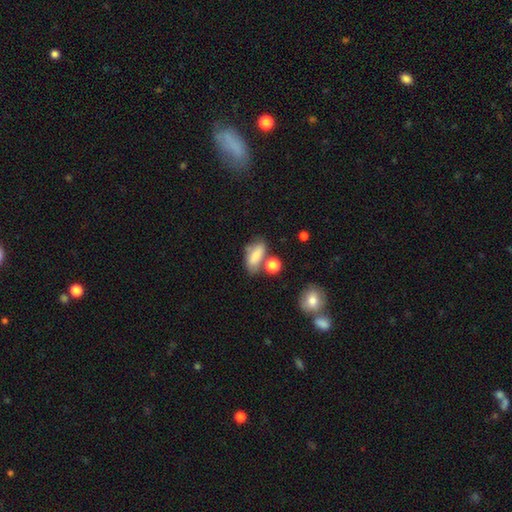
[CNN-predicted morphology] The model was most divided on "merging": none: 51%, minor disturbance: 21%, merger: 20%, major disturbance: 8%. More confident: how rounded — in between (82%); smooth or featured — smooth (78%).